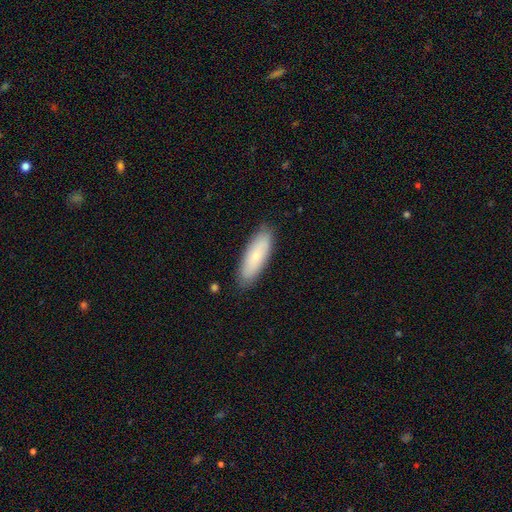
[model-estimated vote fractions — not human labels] Overall: smooth (71%). How rounded: in between (54%; cigar-shaped 44%). Merging: none (87%).